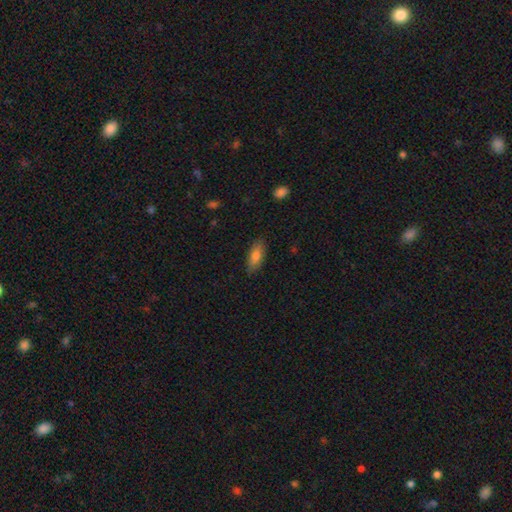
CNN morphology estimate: Smooth or featured?
  - smooth: 78% *
  - featured or disk: 15%
  - star or artifact: 7%
How rounded?
  - in between: 81% *
  - cigar-shaped: 17%
  - round: 2%
Merging?
  - none: 85% *
  - minor disturbance: 12%
  - major disturbance: 2%
  - merger: 1%